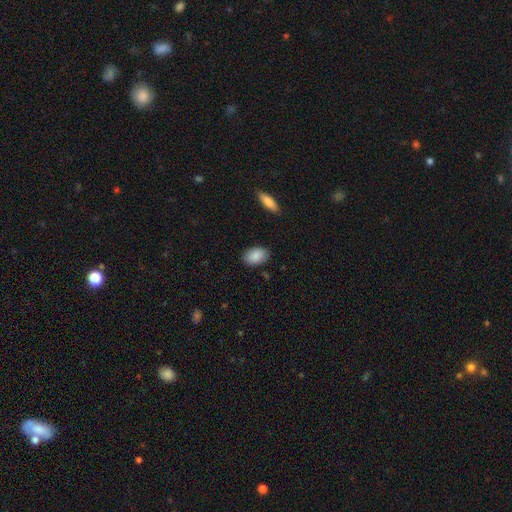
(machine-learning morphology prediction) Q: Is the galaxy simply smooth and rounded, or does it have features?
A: smooth — 89%.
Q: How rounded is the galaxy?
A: in between — 90%.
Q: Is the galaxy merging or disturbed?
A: none — 86%.